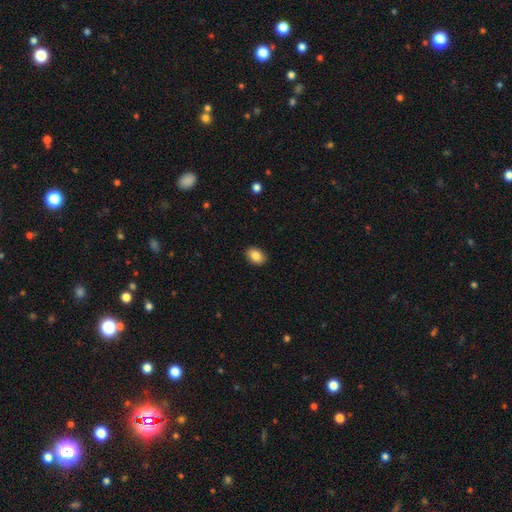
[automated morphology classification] Smooth or featured: smooth — 86% (star or artifact — 8%)
How rounded: in between — 76% (round — 23%)
Merging: none — 90% (minor disturbance — 7%)